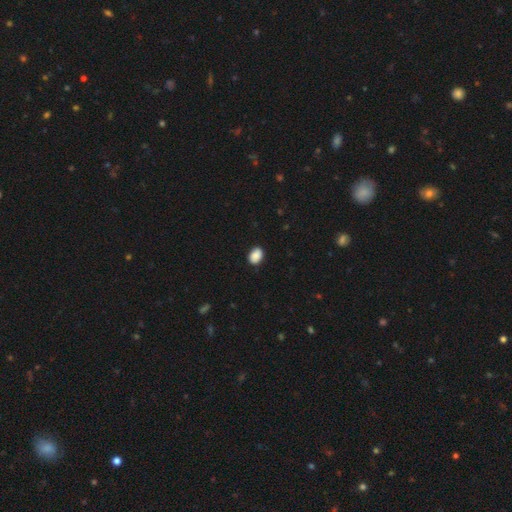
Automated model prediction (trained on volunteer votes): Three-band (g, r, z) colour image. It shows a smooth galaxy with no disk features (88%) that is in between round and cigar-shaped (71%). Merging: none (87%).